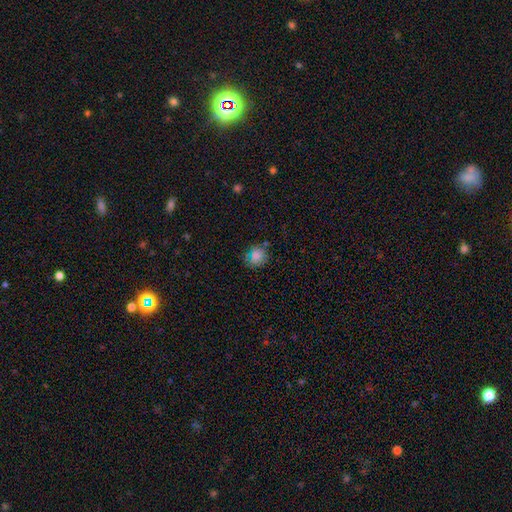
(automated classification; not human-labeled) This is clearly a smooth galaxy (81%). How rounded: clearly round (84%). Merging: likely none (77%).